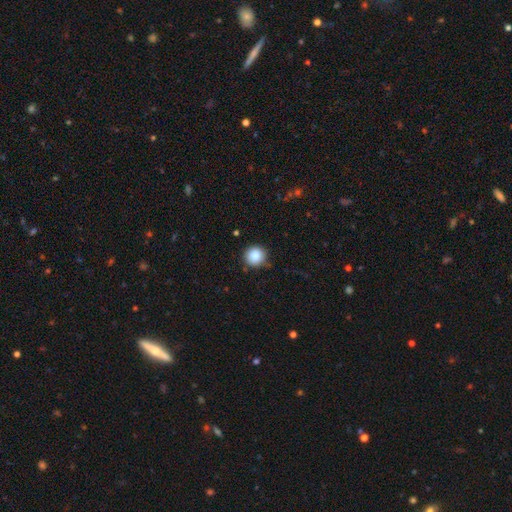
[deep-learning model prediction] The model was most divided on "smooth or featured": smooth: 85%, star or artifact: 10%, featured or disk: 5%. More confident: how rounded — round (95%); merging — none (87%).